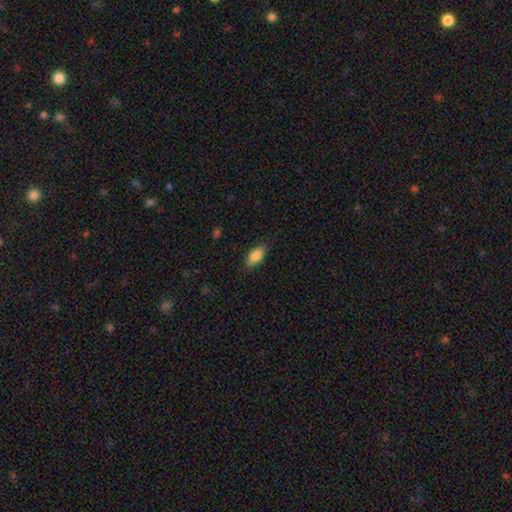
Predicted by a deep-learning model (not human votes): This appears to be a smooth galaxy with no disk features (85%) that is in between round and cigar-shaped (87%). Merging: none (83%).